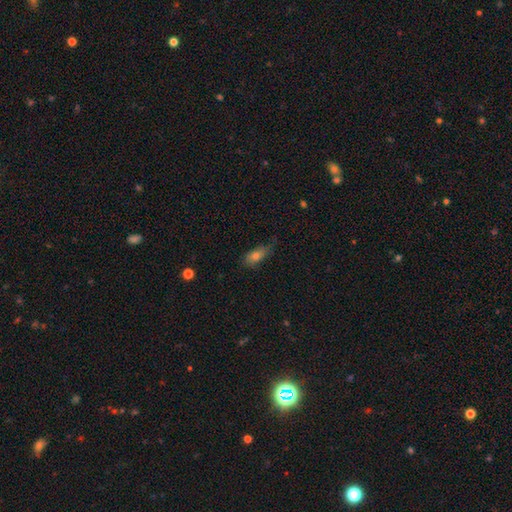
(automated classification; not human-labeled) Morphology: type=smooth (70%); roundness=in between (70%); merging=none (59%).